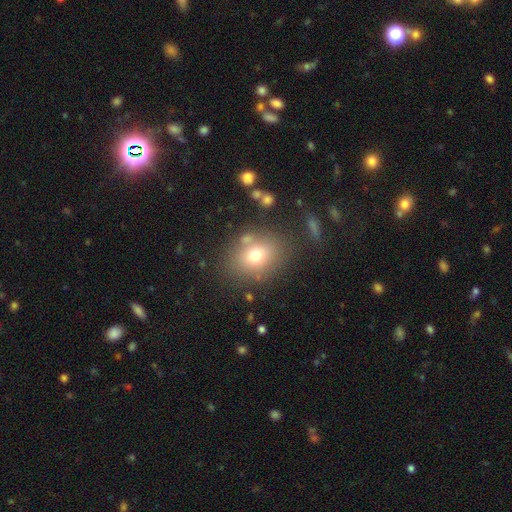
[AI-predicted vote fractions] Smooth or featured: smooth — 71% (featured or disk — 15%)
How rounded: in between — 52% (round — 47%)
Merging: none — 75% (minor disturbance — 13%)